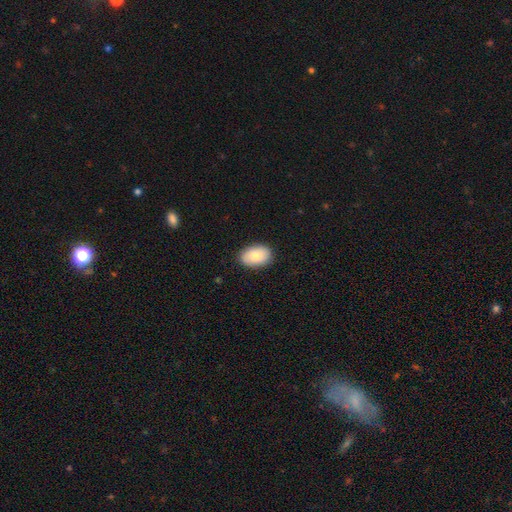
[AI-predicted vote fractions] Morphology: type=smooth (83%); roundness=in between (87%); merging=none (88%).